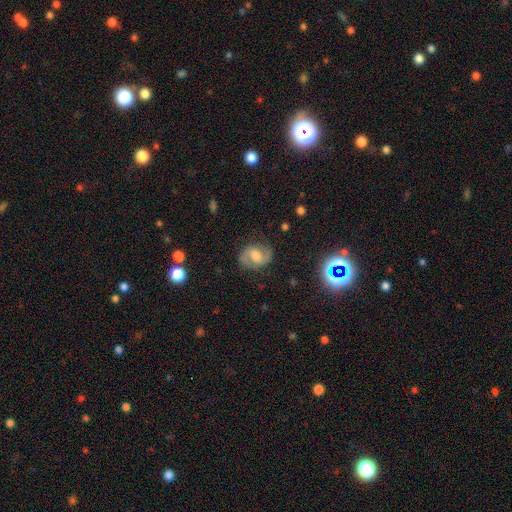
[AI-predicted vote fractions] Overall: featured or disk (70%). Edge-on disk: no (97%). Bar: weak (49%; no 34%). Spiral arms: yes (92%). Spiral arm count: 2 (89%). Spiral winding: medium (53%; loose 28%). Bulge size: moderate (54%; small 23%). Merging: none (76%).